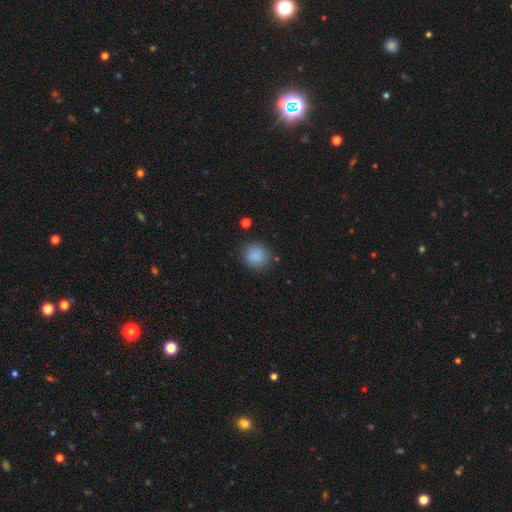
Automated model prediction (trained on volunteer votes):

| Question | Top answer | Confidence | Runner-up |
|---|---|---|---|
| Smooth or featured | smooth | 85% | star or artifact (10%) |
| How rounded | round | 79% | in between (20%) |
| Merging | none | 80% | minor disturbance (13%) |